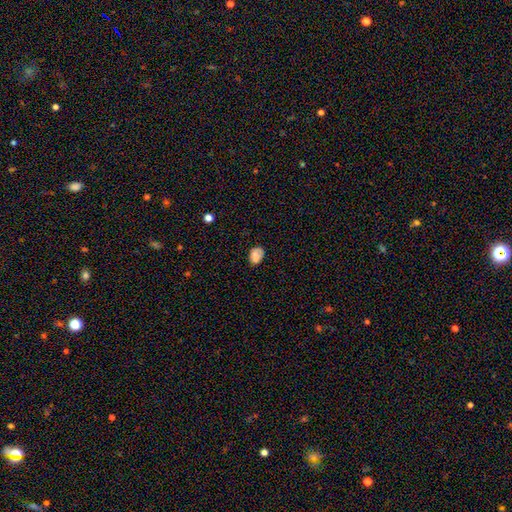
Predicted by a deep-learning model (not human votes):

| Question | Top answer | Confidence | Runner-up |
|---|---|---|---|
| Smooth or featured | smooth | 77% | star or artifact (12%) |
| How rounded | in between | 64% | round (35%) |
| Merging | none | 75% | minor disturbance (19%) |